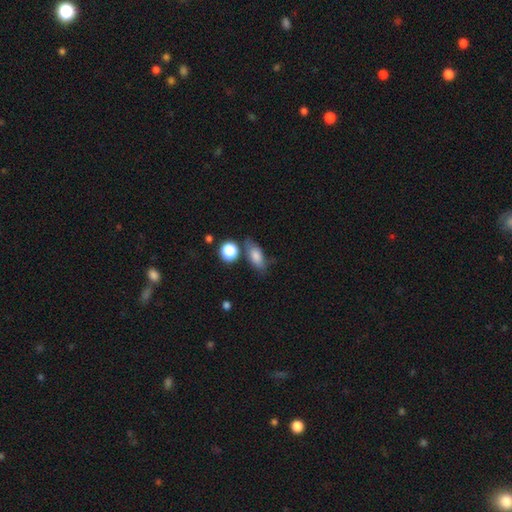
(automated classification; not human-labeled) This appears to be a smooth galaxy with no disk features (79%) that is in between round and cigar-shaped (78%). Merging: none (64%).